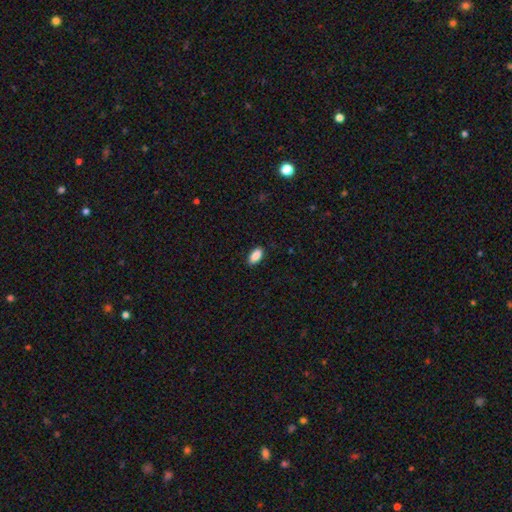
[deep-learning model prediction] smooth_or_featured: smooth (p=0.89) [alt: star or artifact p=0.07]
how_rounded: in between (p=0.92) [alt: cigar-shaped p=0.05]
merging: none (p=0.87) [alt: minor disturbance p=0.10]